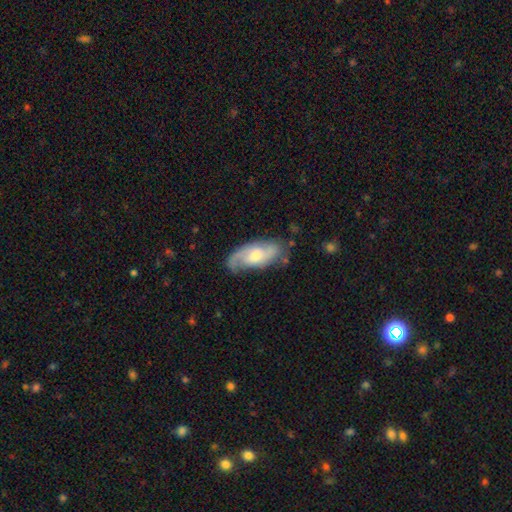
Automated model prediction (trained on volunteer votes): Morphology: type=featured or disk (66%); edge-on=no (91%); bar=no (56%); spiral arms=yes (89%); winding=medium (44%); arm count=2 (63%); bulge=moderate (57%); merging=none (65%).